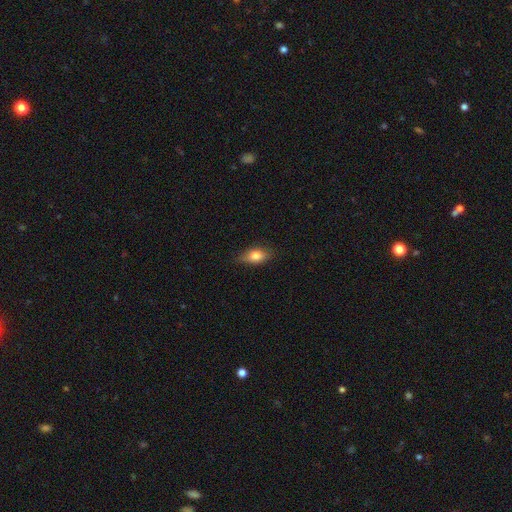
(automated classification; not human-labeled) Smooth or featured?
  - smooth: 76% *
  - featured or disk: 16%
  - star or artifact: 8%
How rounded?
  - in between: 81% *
  - cigar-shaped: 10%
  - round: 9%
Merging?
  - none: 80% *
  - minor disturbance: 16%
  - major disturbance: 3%
  - merger: 1%